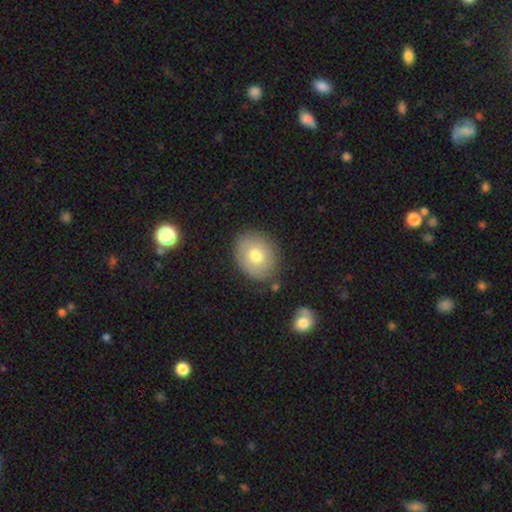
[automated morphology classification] smooth_or_featured: smooth (p=0.72) [alt: featured or disk p=0.19]
how_rounded: round (p=0.52) [alt: in between p=0.47]
merging: none (p=0.83) [alt: minor disturbance p=0.11]